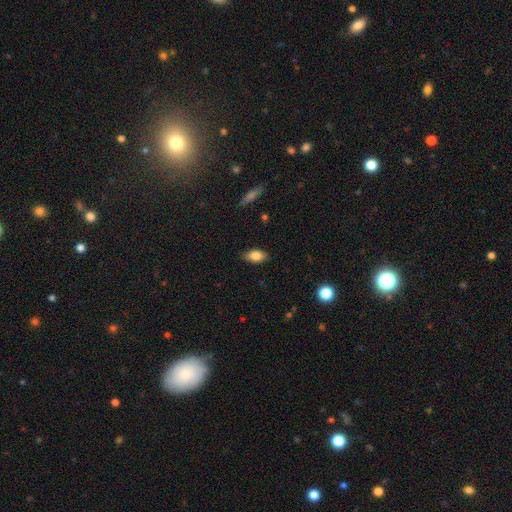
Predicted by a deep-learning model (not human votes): Overall: smooth (84%). How rounded: in between (90%). Merging: none (85%).